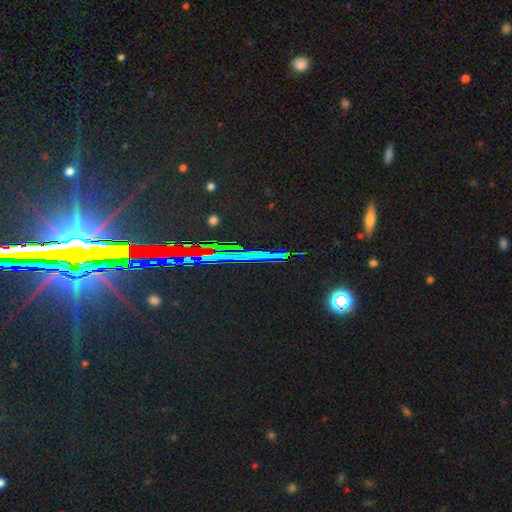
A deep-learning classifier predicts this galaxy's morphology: Smooth or featured: star or artifact — 78% (featured or disk — 13%)